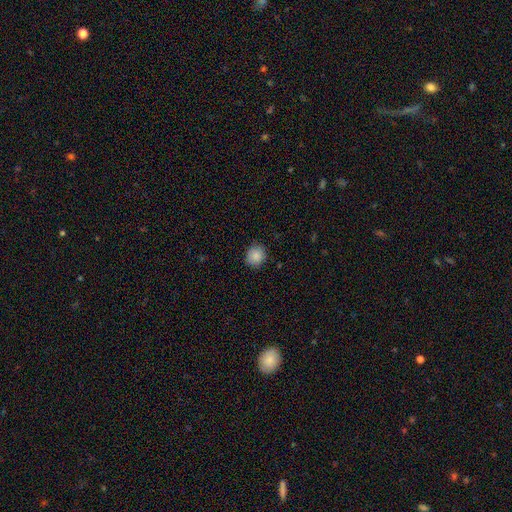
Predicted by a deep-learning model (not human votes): A smooth galaxy with no disk features (87%) that is round (80%).

Vote fractions:
- Smooth or featured? smooth: 87% / star or artifact: 9% / featured or disk: 5%
- How rounded? round: 80% / in between: 19% / cigar-shaped: 1%
- Merging? none: 87% / minor disturbance: 9% / major disturbance: 2% / merger: 1%